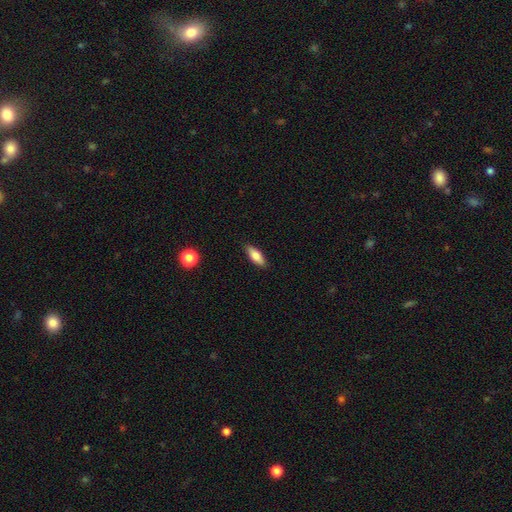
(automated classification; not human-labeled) smooth-or-featured: smooth: 78% | featured or disk: 15% | star or artifact: 7%
  how-rounded: in between: 68% | cigar-shaped: 29% | round: 3%
  merging: none: 87% | minor disturbance: 10% | major disturbance: 2% | merger: 1%